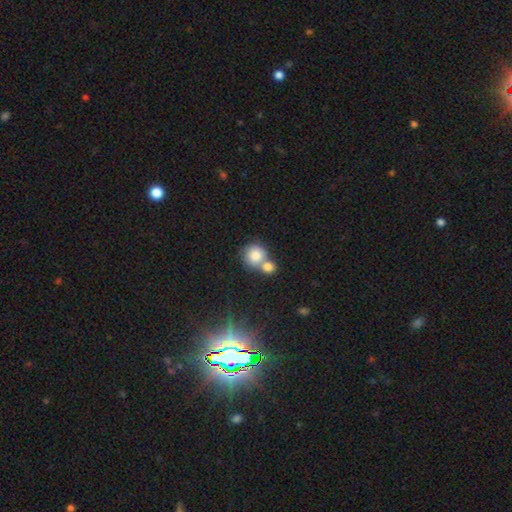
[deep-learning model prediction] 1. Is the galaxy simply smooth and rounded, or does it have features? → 82% smooth, 10% featured or disk, 9% star or artifact.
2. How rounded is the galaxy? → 85% round, 14% in between, 1% cigar-shaped.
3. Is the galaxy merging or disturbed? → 52% merger, 37% none, 8% minor disturbance, 4% major disturbance.